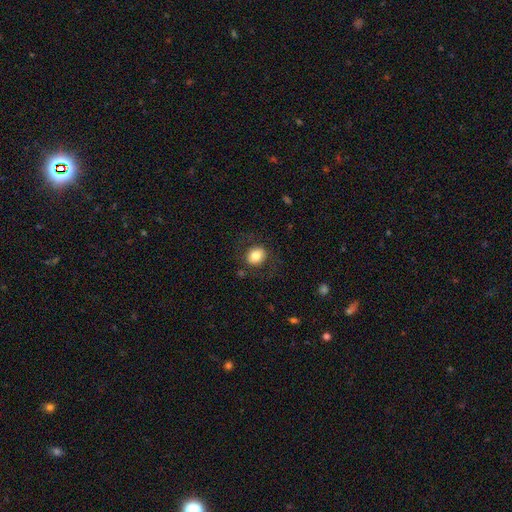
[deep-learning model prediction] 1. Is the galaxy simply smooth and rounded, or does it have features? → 78% smooth, 13% featured or disk, 9% star or artifact.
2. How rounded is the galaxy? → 63% round, 36% in between, 1% cigar-shaped.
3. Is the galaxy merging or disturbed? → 81% none, 11% minor disturbance, 6% major disturbance, 1% merger.